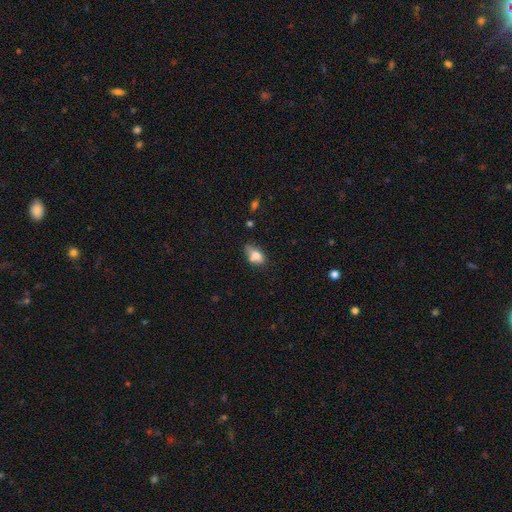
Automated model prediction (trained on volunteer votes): Smooth or featured?
  - smooth: 72% *
  - featured or disk: 18%
  - star or artifact: 10%
How rounded?
  - in between: 82% *
  - round: 14%
  - cigar-shaped: 4%
Merging?
  - none: 41% *
  - minor disturbance: 29%
  - merger: 20%
  - major disturbance: 11%